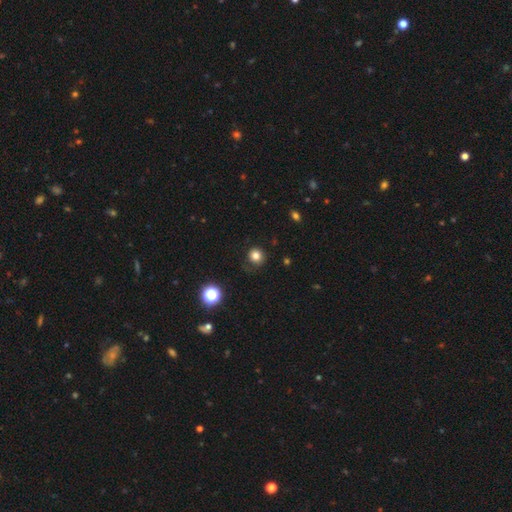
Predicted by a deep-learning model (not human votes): A smooth galaxy with no disk features (80%) that is round (91%).

Vote fractions:
- Smooth or featured? smooth: 80% / star or artifact: 14% / featured or disk: 6%
- How rounded? round: 91% / in between: 8% / cigar-shaped: 1%
- Merging? none: 81% / minor disturbance: 13% / major disturbance: 5% / merger: 1%